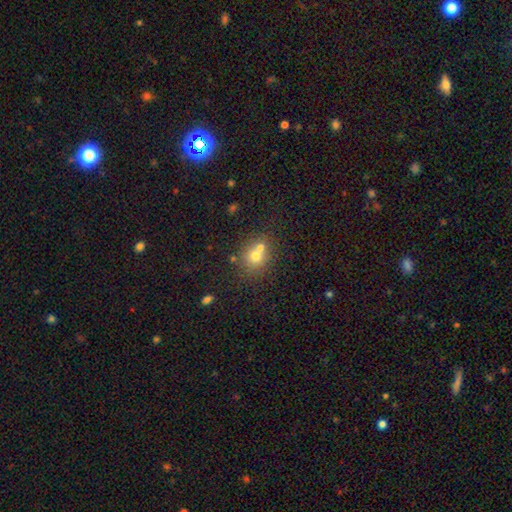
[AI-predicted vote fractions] The model was most divided on "merging": merger: 46%, none: 43%, minor disturbance: 8%, major disturbance: 3%. More confident: how rounded — round (78%); smooth or featured — smooth (69%).